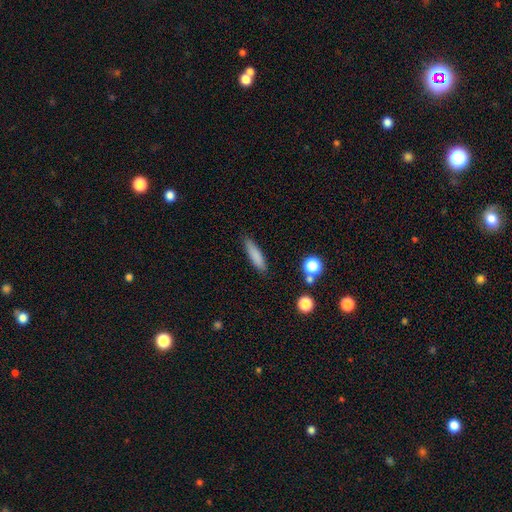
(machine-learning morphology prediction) This is clearly a smooth galaxy (81%). How rounded: likely cigar-shaped (78%). Merging: clearly none (86%).